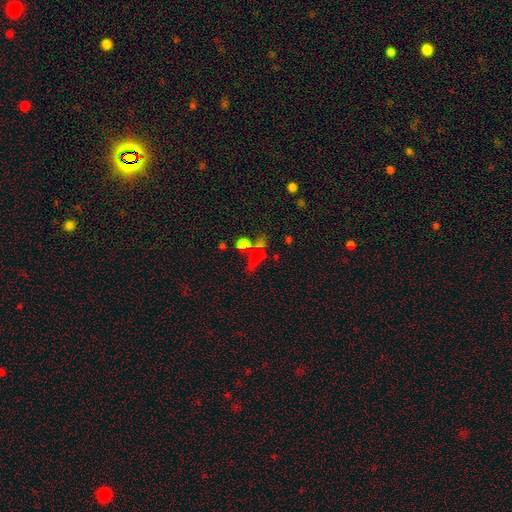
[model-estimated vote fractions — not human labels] smooth_or_featured: smooth (p=0.52) [alt: featured or disk p=0.29]
how_rounded: cigar-shaped (p=0.39) [alt: in between p=0.38]
merging: none (p=0.54) [alt: merger p=0.24]